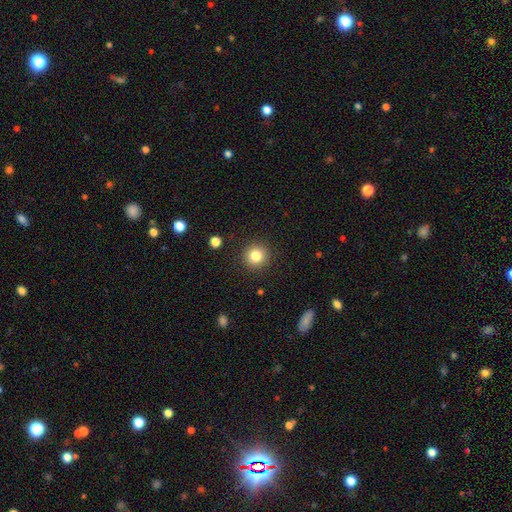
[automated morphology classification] A smooth galaxy with no disk features (82%) that is round (94%). Merging: none (91%).